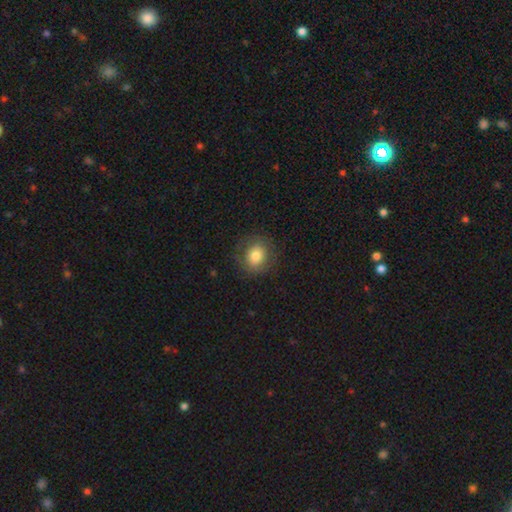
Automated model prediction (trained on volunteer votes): Q: Smooth or featured?
A: smooth (79%); runner-up: featured or disk (12%)
Q: How rounded?
A: round (76%); runner-up: in between (23%)
Q: Merging?
A: none (83%); runner-up: minor disturbance (12%)